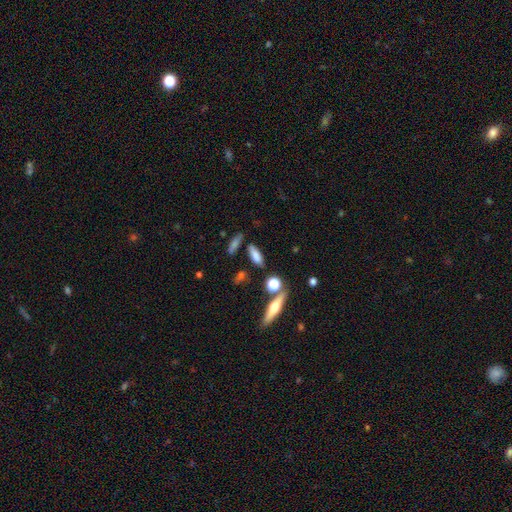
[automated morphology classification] type=smooth (73%); roundness=in between (57%); merging=none (76%).